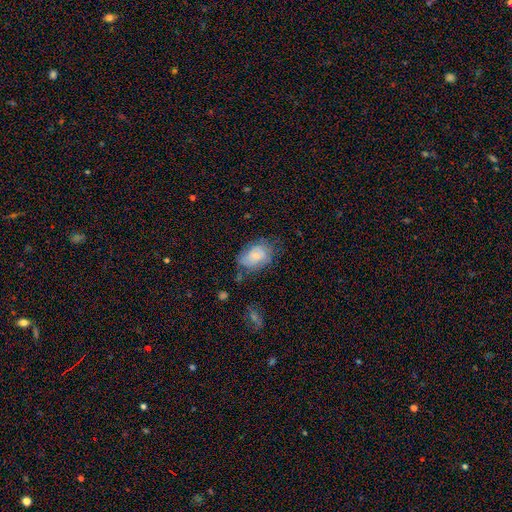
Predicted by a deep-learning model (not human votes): Smooth or featured? Predicted: smooth (p=0.61). How rounded? Predicted: in between (p=0.82). Merging? Predicted: none (p=0.51).